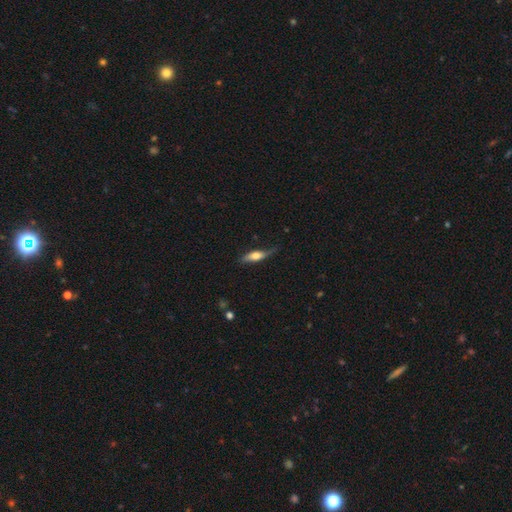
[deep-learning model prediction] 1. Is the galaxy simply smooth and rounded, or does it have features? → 48% featured or disk, 46% smooth, 6% star or artifact.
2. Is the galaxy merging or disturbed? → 62% none, 29% minor disturbance, 8% major disturbance, 2% merger.